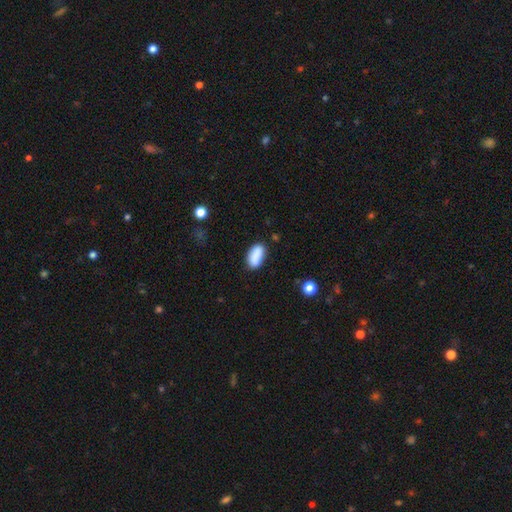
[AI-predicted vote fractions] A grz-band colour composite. It shows a smooth galaxy with no disk features (87%) that is in between round and cigar-shaped (89%). Merging: none (78%).